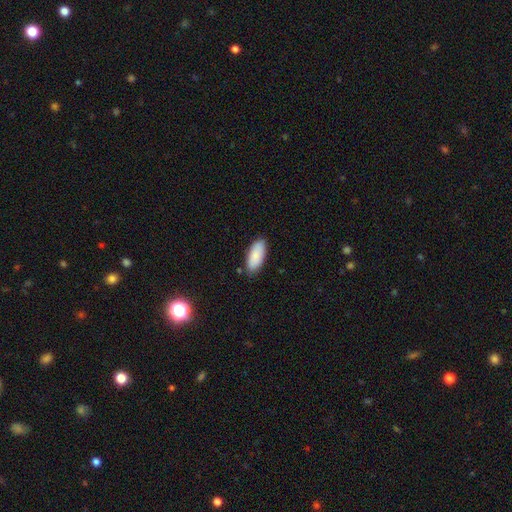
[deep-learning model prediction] smooth_or_featured: smooth (p=0.87) [alt: featured or disk p=0.07]
how_rounded: in between (p=0.88) [alt: cigar-shaped p=0.10]
merging: none (p=0.83) [alt: minor disturbance p=0.14]